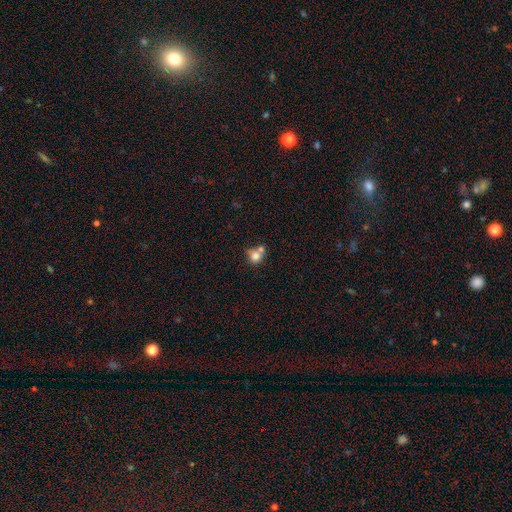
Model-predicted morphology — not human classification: smooth-or-featured: smooth: 77% | featured or disk: 12% | star or artifact: 11%
  how-rounded: round: 83% | in between: 16% | cigar-shaped: 1%
  merging: merger: 44% | none: 40% | minor disturbance: 11% | major disturbance: 5%